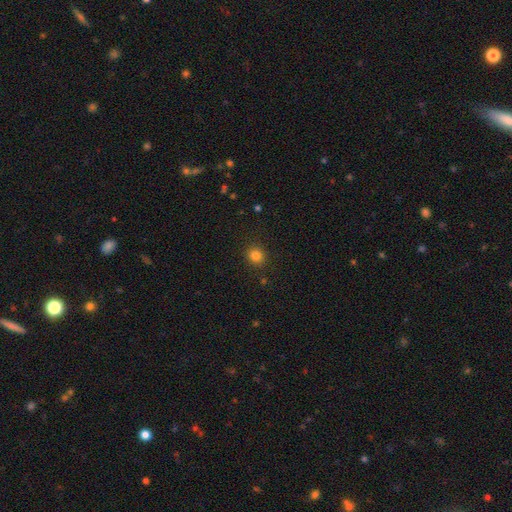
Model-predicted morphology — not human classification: The model was most divided on "smooth or featured": smooth: 82%, star or artifact: 13%, featured or disk: 5%. More confident: merging — none (90%); how rounded — round (84%).